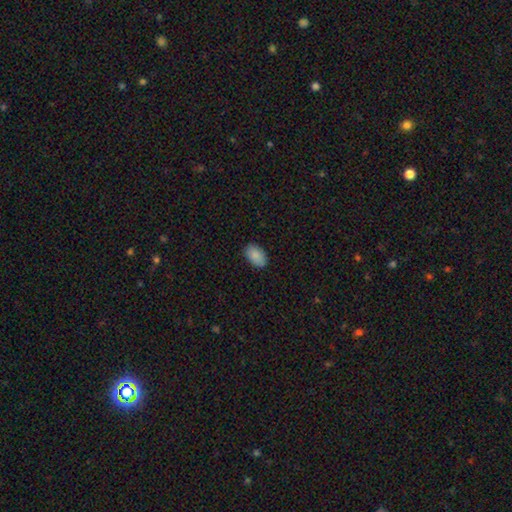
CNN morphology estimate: type=smooth (89%); roundness=in between (92%); merging=none (86%).